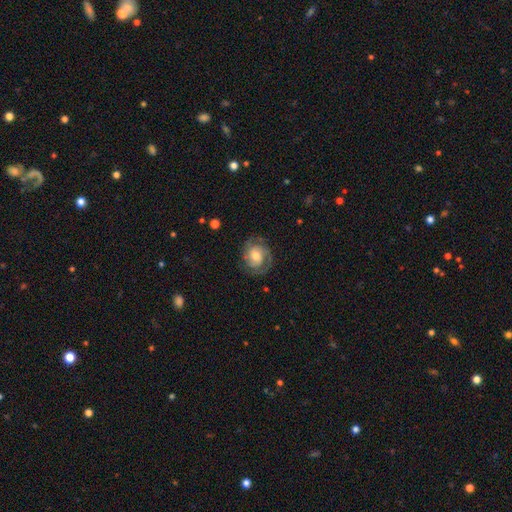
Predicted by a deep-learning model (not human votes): smooth-or-featured: featured or disk: 68% | smooth: 25% | star or artifact: 7%
  disk-edge-on: no: 97% | yes: 3%
    bar: no: 67% | weak: 28% | strong: 5%
    has-spiral-arms: yes: 90% | no: 10%
      spiral-winding: tight: 52% | medium: 36% | loose: 12%
      spiral-arm-count: 2: 52% | can't tell: 21% | 3: 13% | 1: 9% | 4: 3% | more than 4: 3%
    bulge-size: moderate: 57% | small: 24% | large: 14% | none: 3% | dominant: 2%
  merging: none: 73% | minor disturbance: 17% | major disturbance: 9% | merger: 1%